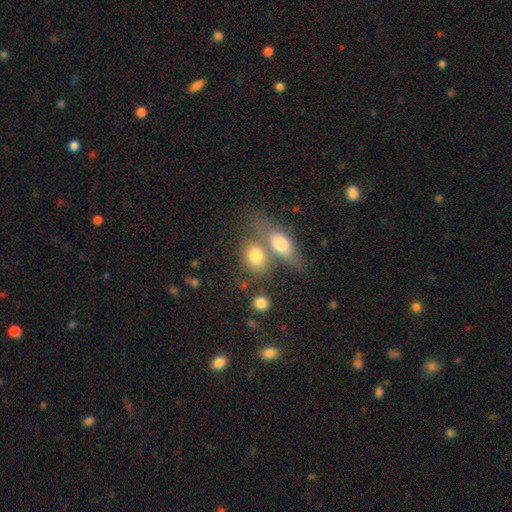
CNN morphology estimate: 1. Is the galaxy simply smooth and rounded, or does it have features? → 76% smooth, 15% featured or disk, 9% star or artifact.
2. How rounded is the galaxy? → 62% in between, 33% round, 5% cigar-shaped.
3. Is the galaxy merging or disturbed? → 52% merger, 33% none, 9% minor disturbance, 6% major disturbance.